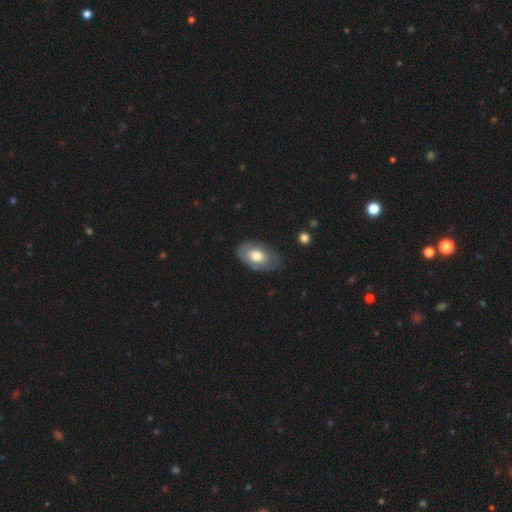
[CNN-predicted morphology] smooth 62%, featured or disk 32%, star or artifact 6%. Down the decision tree: how rounded — in between (90%); merging — none (70%).